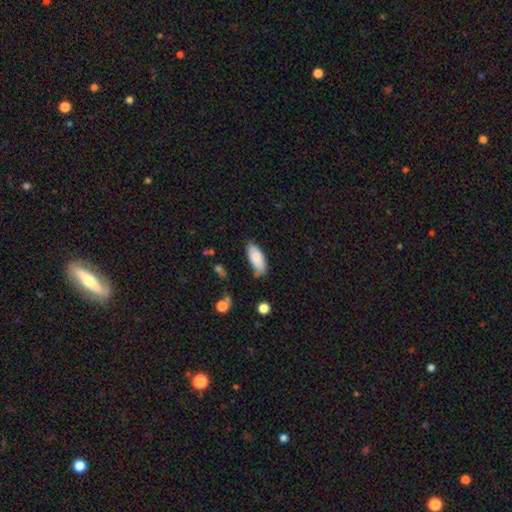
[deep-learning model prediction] A smooth galaxy with no disk features (83%) that is in between round and cigar-shaped (85%).

Vote fractions:
- Smooth or featured? smooth: 83% / featured or disk: 10% / star or artifact: 7%
- How rounded? in between: 85% / cigar-shaped: 13% / round: 2%
- Merging? none: 67% / minor disturbance: 25% / major disturbance: 5% / merger: 3%